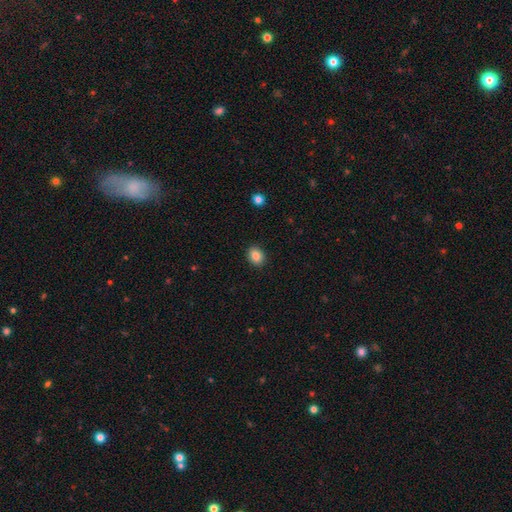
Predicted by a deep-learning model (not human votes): The model was most divided on "how rounded": in between: 55%, round: 45%, cigar-shaped: 1%. More confident: merging — none (90%); smooth or featured — smooth (86%).